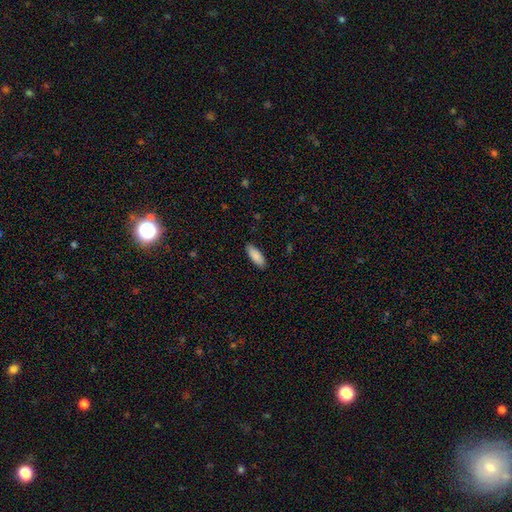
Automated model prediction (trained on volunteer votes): Smooth or featured?
  - smooth: 89% *
  - star or artifact: 6%
  - featured or disk: 5%
How rounded?
  - in between: 69% *
  - cigar-shaped: 29%
  - round: 1%
Merging?
  - none: 89% *
  - minor disturbance: 9%
  - major disturbance: 2%
  - merger: 1%